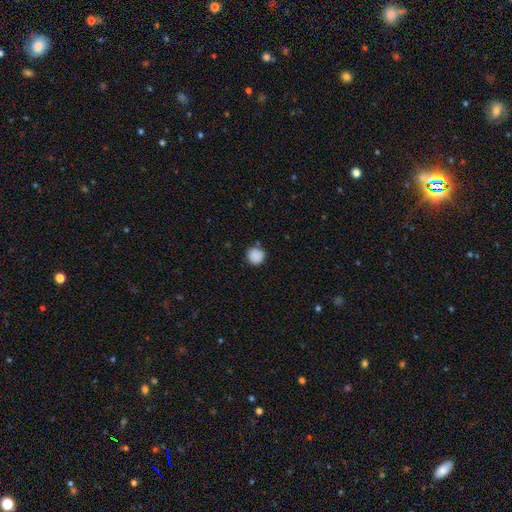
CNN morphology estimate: Smooth or featured?
  - smooth: 88% *
  - star or artifact: 9%
  - featured or disk: 3%
How rounded?
  - round: 93% *
  - in between: 6%
  - cigar-shaped: 1%
Merging?
  - none: 81% *
  - minor disturbance: 12%
  - merger: 4%
  - major disturbance: 3%